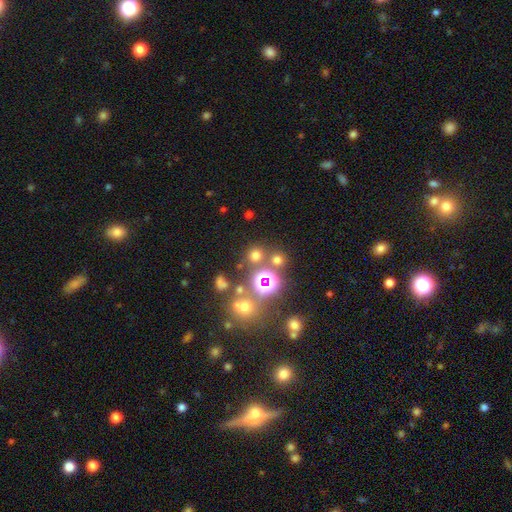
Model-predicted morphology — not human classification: Smooth or featured?
  - smooth: 63% *
  - star or artifact: 29%
  - featured or disk: 7%
How rounded?
  - round: 89% *
  - in between: 9%
  - cigar-shaped: 1%
Merging?
  - none: 75% *
  - merger: 13%
  - minor disturbance: 8%
  - major disturbance: 4%